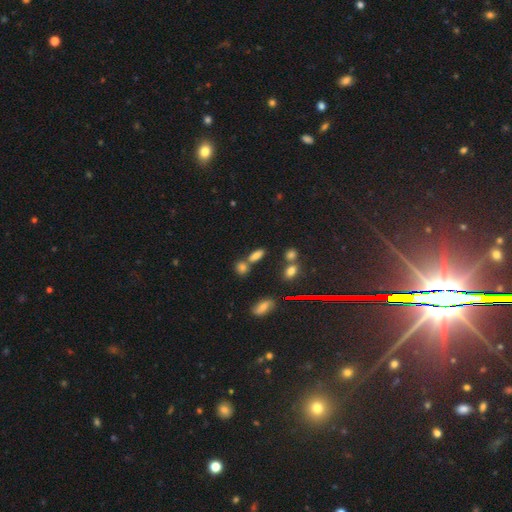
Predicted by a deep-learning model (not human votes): smooth 74%, star or artifact 17%, featured or disk 10%. Down the decision tree: how rounded — in between (68%); merging — none (56%).